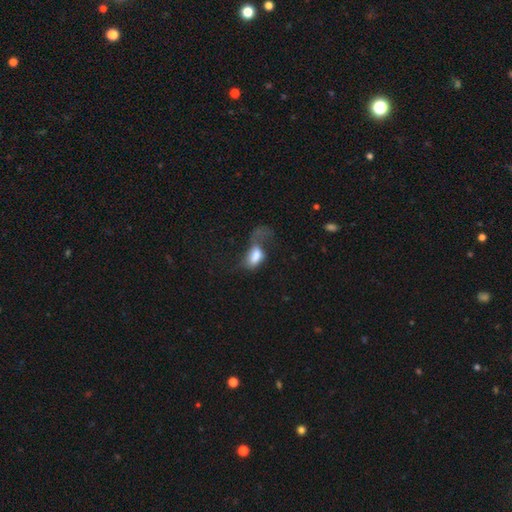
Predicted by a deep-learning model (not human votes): Smooth or featured? Predicted: smooth (p=0.67). How rounded? Predicted: in between (p=0.88). Merging? Predicted: major disturbance (p=0.63).